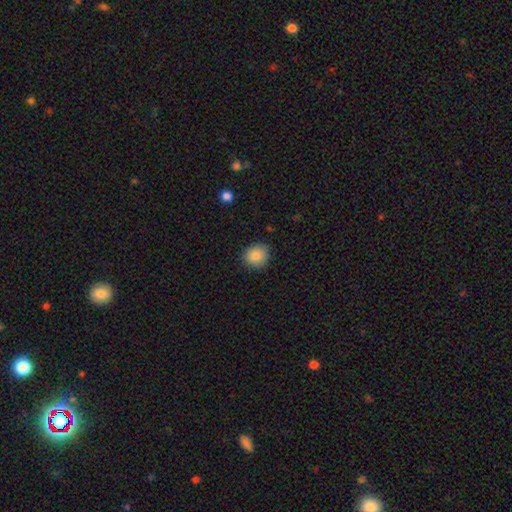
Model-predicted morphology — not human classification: Smooth or featured?
  - smooth: 87% *
  - star or artifact: 9%
  - featured or disk: 4%
How rounded?
  - round: 81% *
  - in between: 18%
  - cigar-shaped: 1%
Merging?
  - none: 86% *
  - minor disturbance: 10%
  - major disturbance: 2%
  - merger: 1%